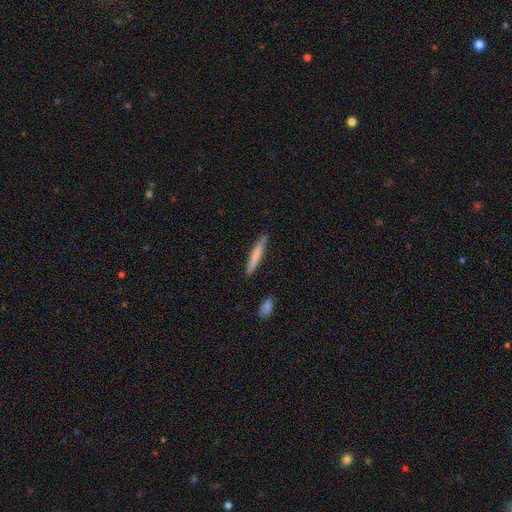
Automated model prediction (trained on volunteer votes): The model was most divided on "smooth or featured": smooth: 69%, featured or disk: 25%, star or artifact: 5%. More confident: how rounded — cigar-shaped (95%); merging — none (87%).